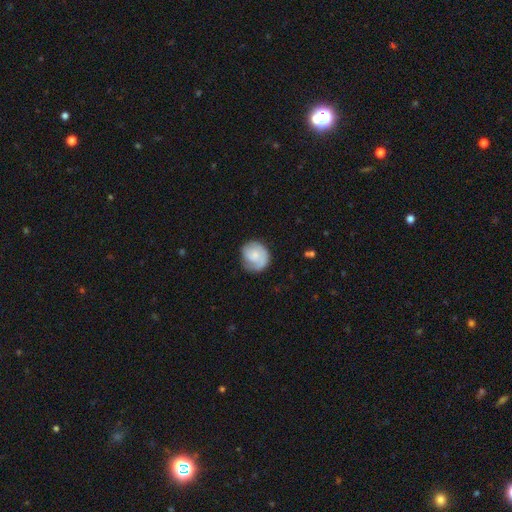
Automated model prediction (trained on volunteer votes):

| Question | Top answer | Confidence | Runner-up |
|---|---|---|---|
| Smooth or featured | smooth | 54% | featured or disk (39%) |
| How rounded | round | 77% | in between (22%) |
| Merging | none | 60% | minor disturbance (26%) |